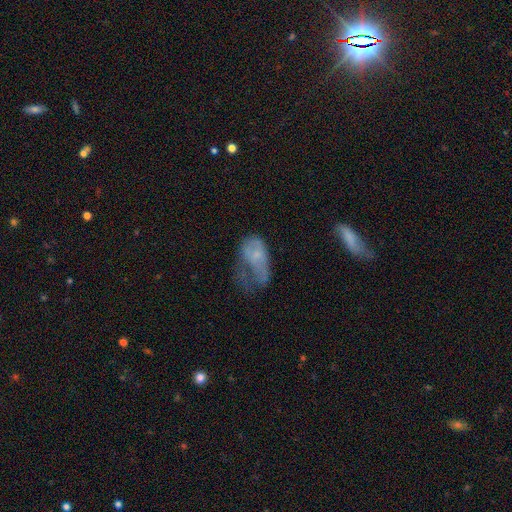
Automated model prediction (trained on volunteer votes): Smooth or featured? Predicted: smooth (p=0.53). How rounded? Predicted: in between (p=0.87). Merging? Predicted: major disturbance (p=0.54).